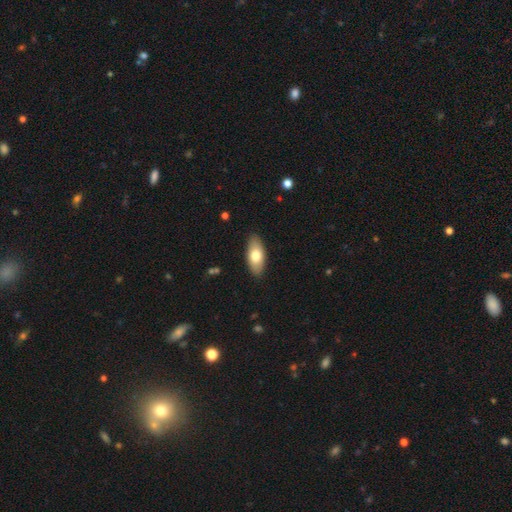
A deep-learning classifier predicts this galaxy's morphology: This is likely a smooth galaxy (74%). How rounded: clearly in between (88%). Merging: clearly none (88%).